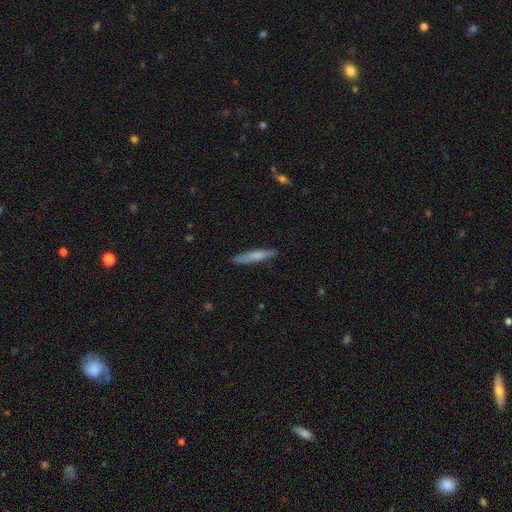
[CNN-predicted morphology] smooth_or_featured: smooth (p=0.65) [alt: featured or disk p=0.29]
how_rounded: cigar-shaped (p=0.92) [alt: in between p=0.06]
merging: none (p=0.86) [alt: minor disturbance p=0.11]